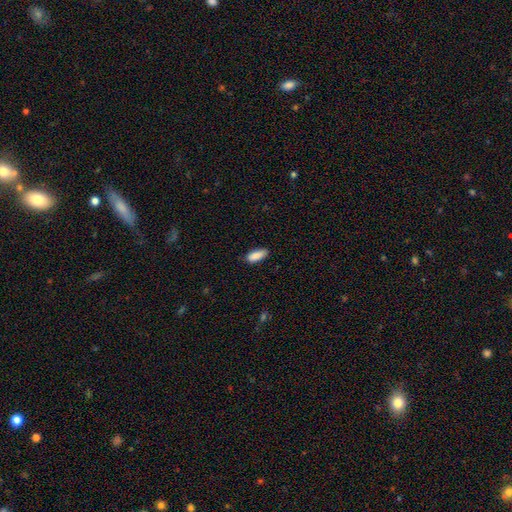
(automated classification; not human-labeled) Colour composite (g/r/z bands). It shows a smooth galaxy with no disk features (89%) that is in between round and cigar-shaped (78%). Merging: none (82%).